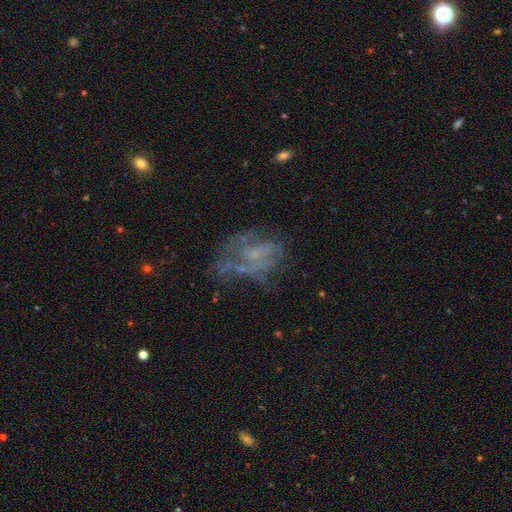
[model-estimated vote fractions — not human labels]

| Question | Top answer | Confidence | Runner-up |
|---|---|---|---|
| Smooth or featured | featured or disk | 59% | smooth (23%) |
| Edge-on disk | no | 98% | yes (2%) |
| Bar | no | 82% | weak (15%) |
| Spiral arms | no | 70% | yes (30%) |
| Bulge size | none | 56% | small (31%) |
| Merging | major disturbance | 37% | none (35%) |